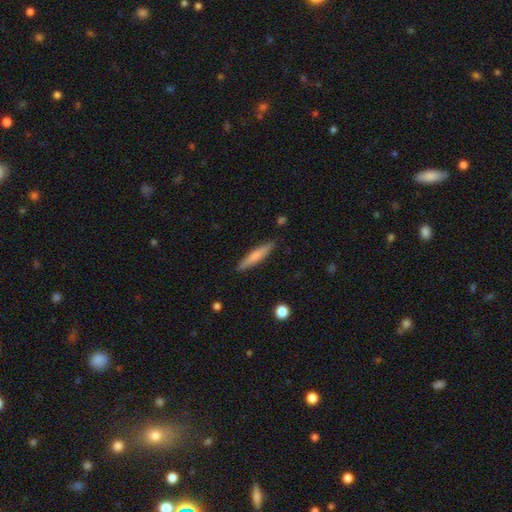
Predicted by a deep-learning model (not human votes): Q: Smooth or featured?
A: smooth (63%); runner-up: featured or disk (31%)
Q: How rounded?
A: cigar-shaped (90%); runner-up: in between (9%)
Q: Merging?
A: none (88%); runner-up: minor disturbance (9%)